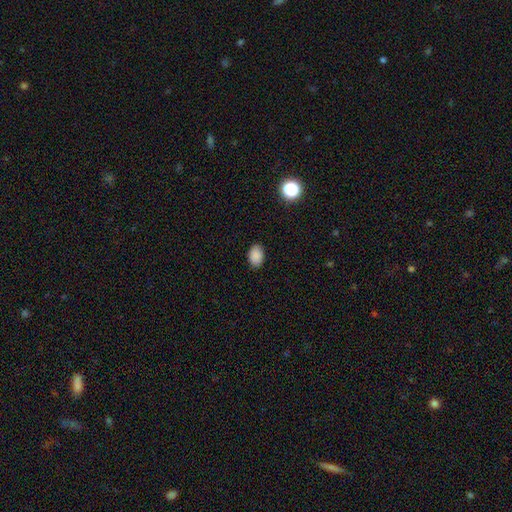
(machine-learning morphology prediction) type=smooth (87%); roundness=in between (82%); merging=none (86%).